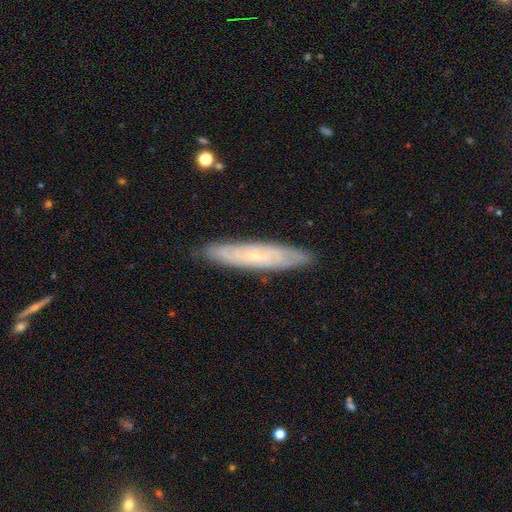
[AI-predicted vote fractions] featured or disk 57%, smooth 36%, star or artifact 7%. Down the decision tree: edge-on disk — no (50%, tied with yes); merging — none (86%).